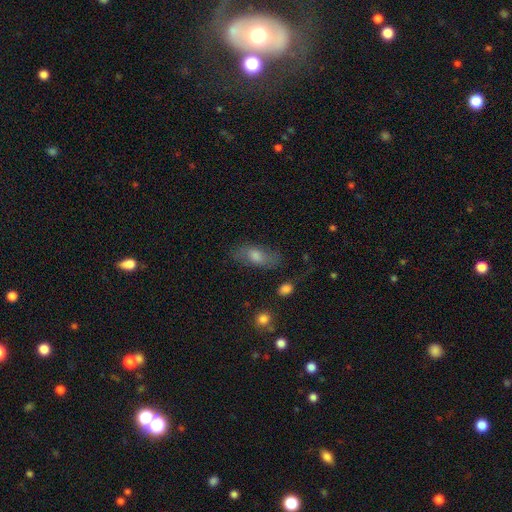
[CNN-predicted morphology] type=smooth (55%); roundness=in between (77%); merging=none (71%).